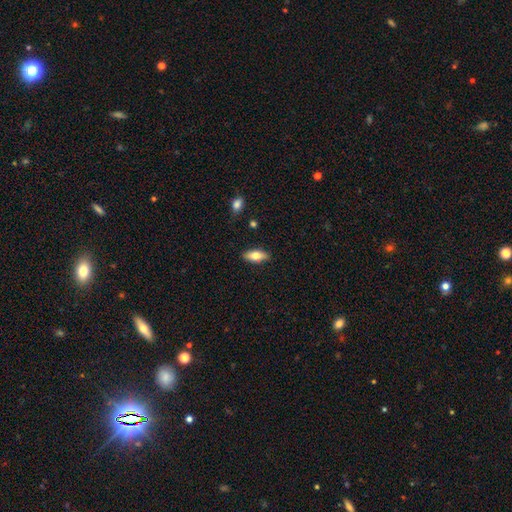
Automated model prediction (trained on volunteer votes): Overall: smooth (69%). How rounded: in between (78%). Merging: none (86%).